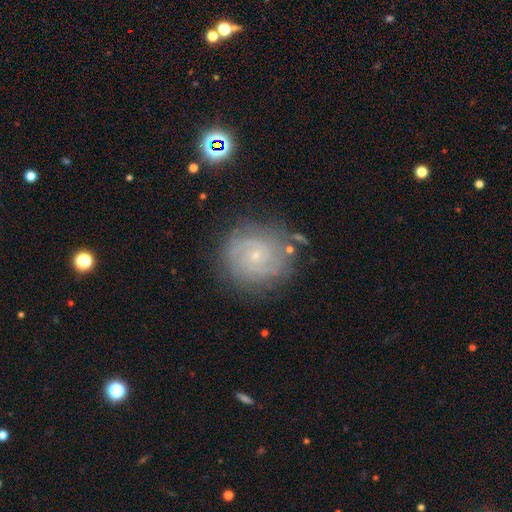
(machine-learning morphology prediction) type=featured or disk (78%); edge-on=no (98%); bar=no (72%); spiral arms=yes (95%); winding=tight (66%); arm count=2 (46%); bulge=small (83%); merging=none (78%).